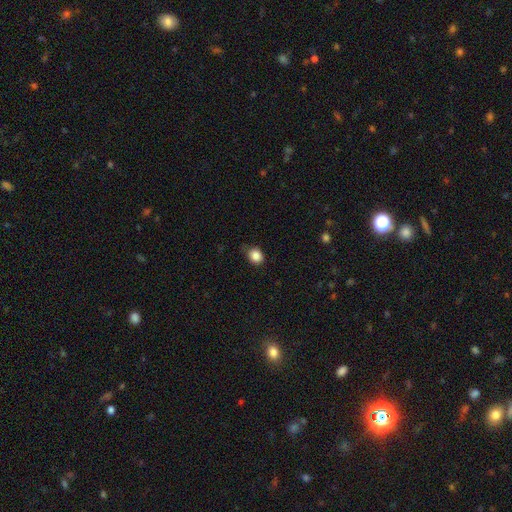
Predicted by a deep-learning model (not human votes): Q: Smooth or featured?
A: smooth (86%); runner-up: star or artifact (10%)
Q: How rounded?
A: round (58%); runner-up: in between (41%)
Q: Merging?
A: none (77%); runner-up: minor disturbance (18%)